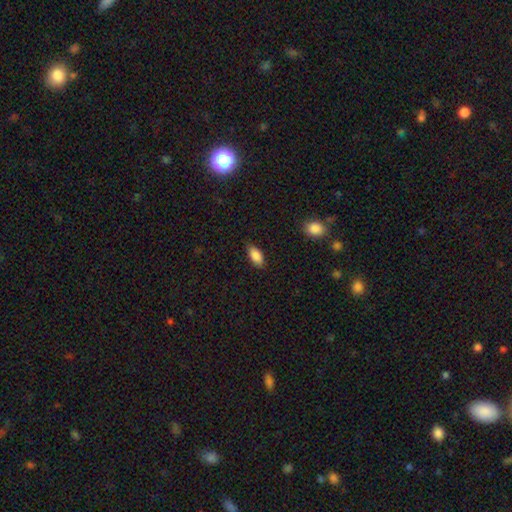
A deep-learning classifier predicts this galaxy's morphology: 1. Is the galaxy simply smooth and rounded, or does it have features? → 86% smooth, 7% star or artifact, 7% featured or disk.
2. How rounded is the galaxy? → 91% in between, 6% cigar-shaped, 3% round.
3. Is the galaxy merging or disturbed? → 84% none, 13% minor disturbance, 2% major disturbance, 1% merger.